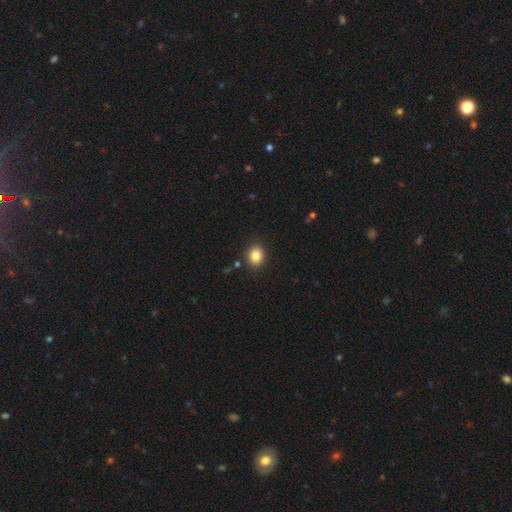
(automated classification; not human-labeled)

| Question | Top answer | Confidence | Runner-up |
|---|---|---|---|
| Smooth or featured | smooth | 85% | star or artifact (10%) |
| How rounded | round | 58% | in between (41%) |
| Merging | none | 88% | minor disturbance (8%) |